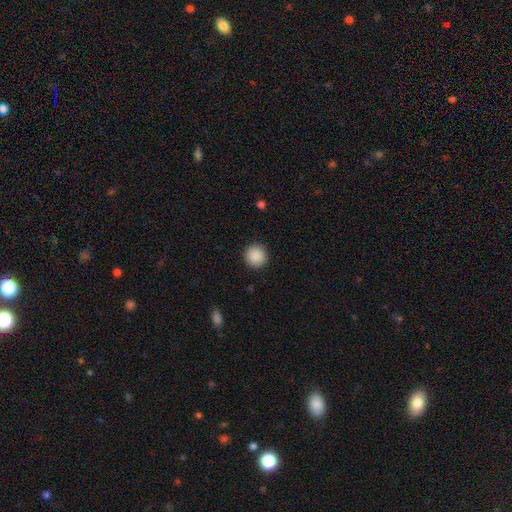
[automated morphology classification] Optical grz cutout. It shows a smooth galaxy with no disk features (89%) that is round (95%). Merging: none (92%).